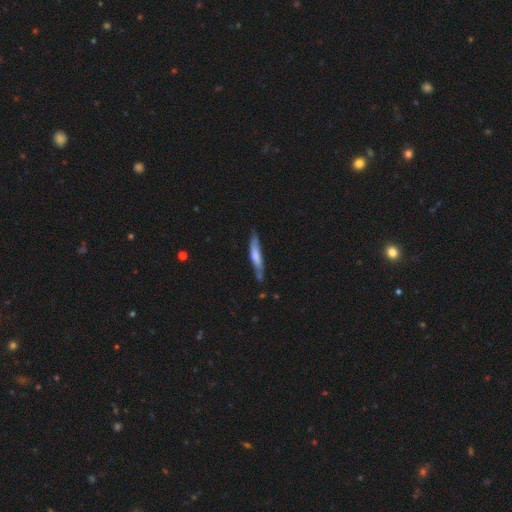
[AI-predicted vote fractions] Smooth or featured: smooth — 53% (featured or disk — 41%)
How rounded: cigar-shaped — 89% (in between — 9%)
Merging: none — 67% (minor disturbance — 24%)